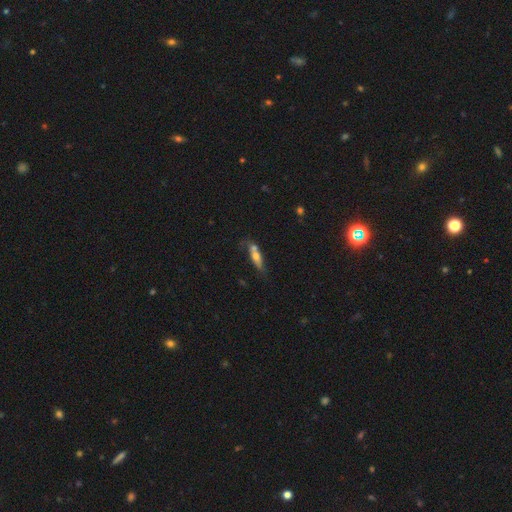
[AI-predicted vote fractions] Smooth or featured?
  - smooth: 55% *
  - featured or disk: 37%
  - star or artifact: 8%
How rounded?
  - cigar-shaped: 57% *
  - in between: 40%
  - round: 4%
Merging?
  - none: 42% *
  - merger: 30%
  - minor disturbance: 19%
  - major disturbance: 9%